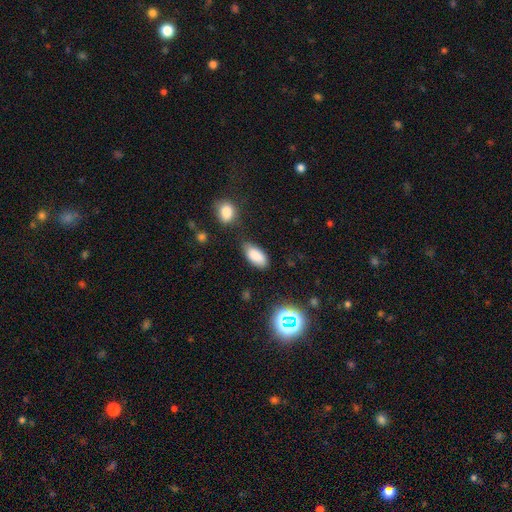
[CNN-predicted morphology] Smooth or featured? Predicted: smooth (p=0.85). How rounded? Predicted: in between (p=0.90). Merging? Predicted: none (p=0.68).